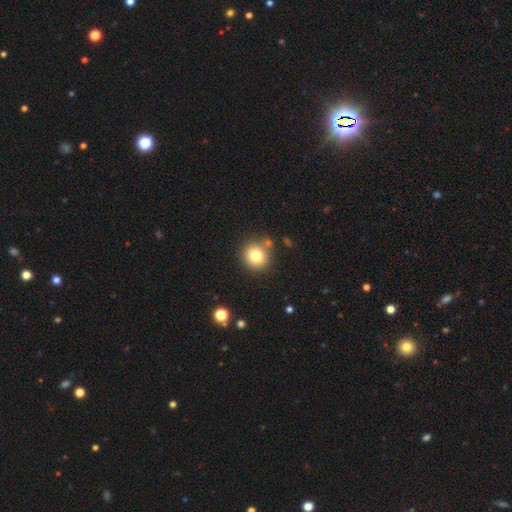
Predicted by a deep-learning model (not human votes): A smooth galaxy with no disk features (78%) that is round (89%). Merging: none (80%).